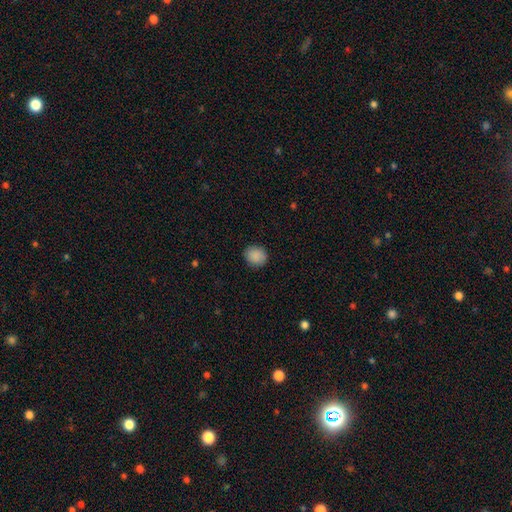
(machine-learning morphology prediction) A smooth galaxy with no disk features (89%) that is round (81%).

Vote fractions:
- Smooth or featured? smooth: 89% / star or artifact: 8% / featured or disk: 4%
- How rounded? round: 81% / in between: 18% / cigar-shaped: 1%
- Merging? none: 89% / minor disturbance: 8% / major disturbance: 2% / merger: 1%